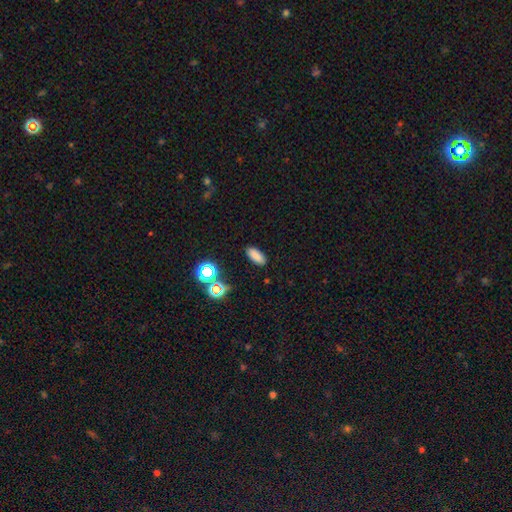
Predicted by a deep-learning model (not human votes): Smooth or featured? Predicted: smooth (p=0.80). How rounded? Predicted: in between (p=0.84). Merging? Predicted: none (p=0.88).